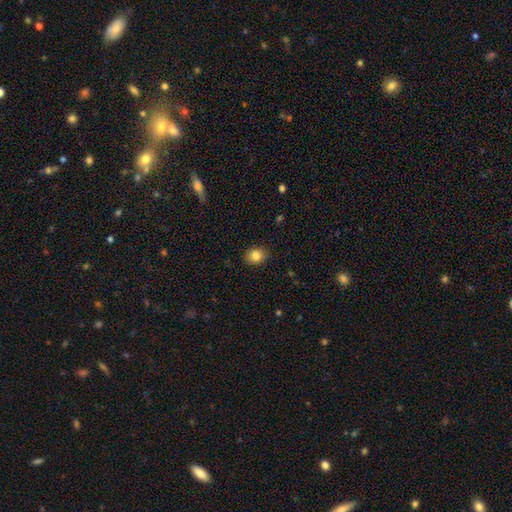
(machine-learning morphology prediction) A smooth galaxy with no disk features (83%) that is round (61%).

Vote fractions:
- Smooth or featured? smooth: 83% / star or artifact: 10% / featured or disk: 7%
- How rounded? round: 61% / in between: 38% / cigar-shaped: 1%
- Merging? none: 89% / minor disturbance: 8% / major disturbance: 2% / merger: 1%